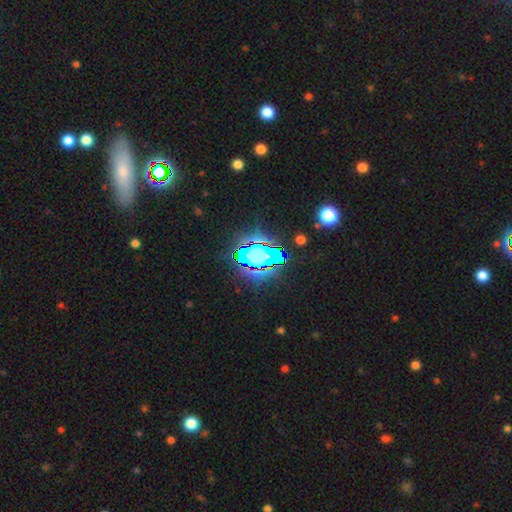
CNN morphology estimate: Overall: star or artifact (61%; smooth 23%).